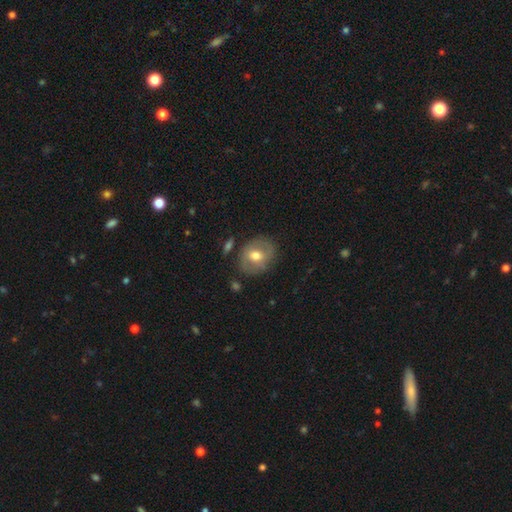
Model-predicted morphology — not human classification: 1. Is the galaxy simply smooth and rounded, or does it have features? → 49% smooth, 44% featured or disk, 7% star or artifact.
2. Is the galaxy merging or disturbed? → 76% none, 16% minor disturbance, 5% major disturbance, 3% merger.